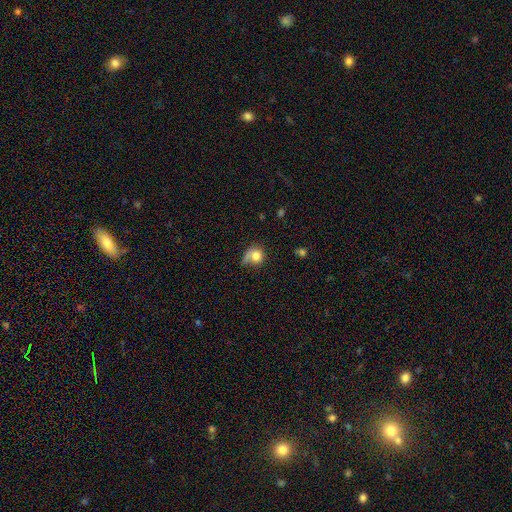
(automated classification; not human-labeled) This is likely a smooth galaxy (72%). How rounded: likely round (74%). Merging: marginally none (40%).